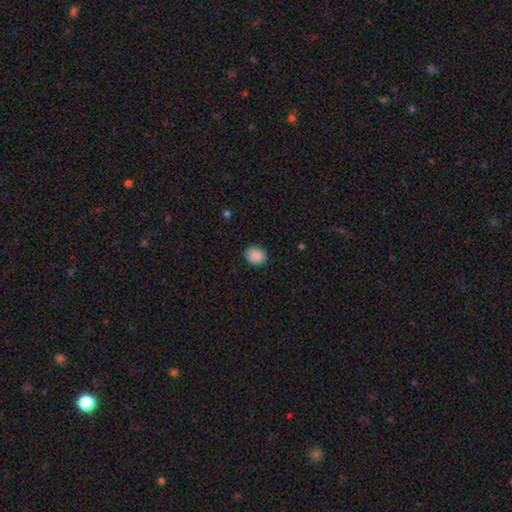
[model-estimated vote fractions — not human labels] Morphology: type=smooth (89%); roundness=round (67%); merging=none (85%).